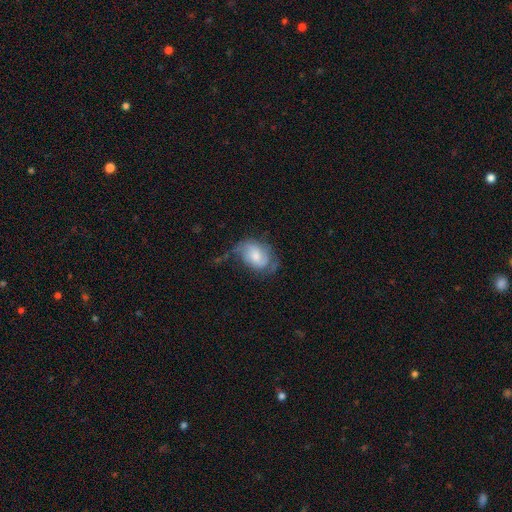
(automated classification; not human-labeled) Smooth or featured? featured or disk (49%)
Merging? none (43%)